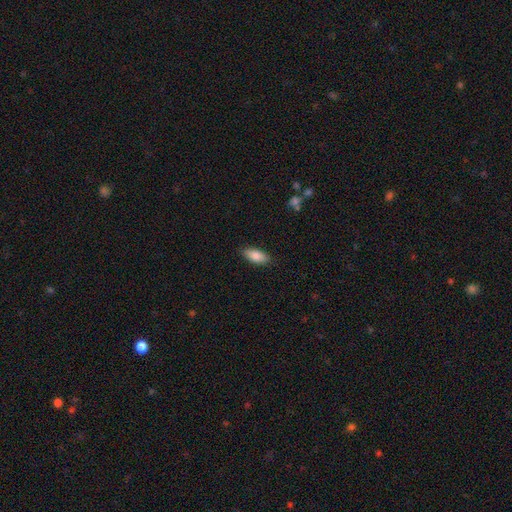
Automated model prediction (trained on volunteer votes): Smooth or featured? smooth (84%)
How rounded? in between (85%)
Merging? none (86%)